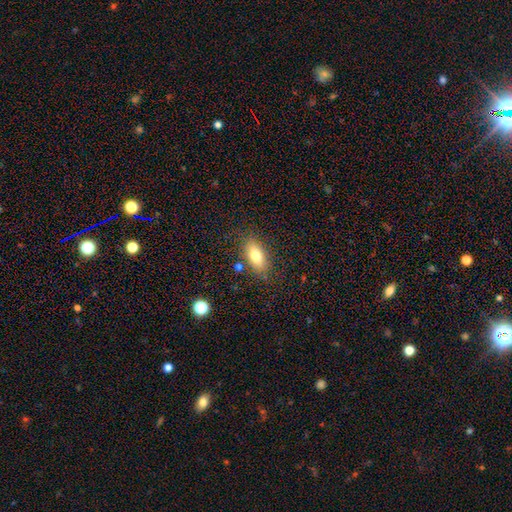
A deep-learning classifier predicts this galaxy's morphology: A smooth galaxy with no disk features (78%) that is in between round and cigar-shaped (85%). Merging: none (81%).